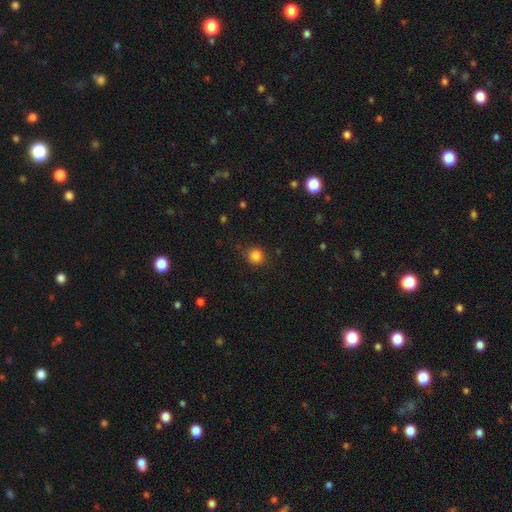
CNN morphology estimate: type=smooth (84%); roundness=round (88%); merging=none (80%).